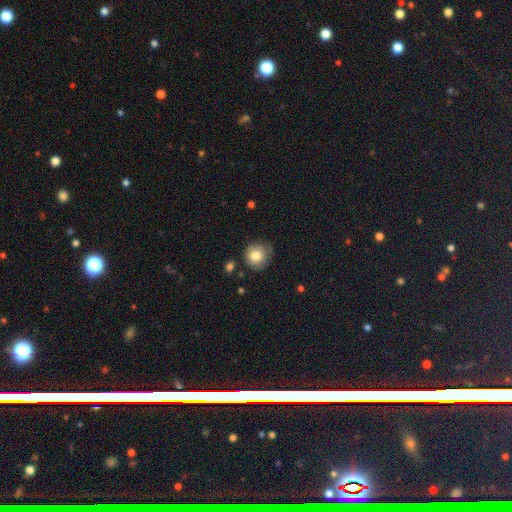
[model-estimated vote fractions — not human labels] Morphology: type=smooth (80%); roundness=round (91%); merging=none (74%).